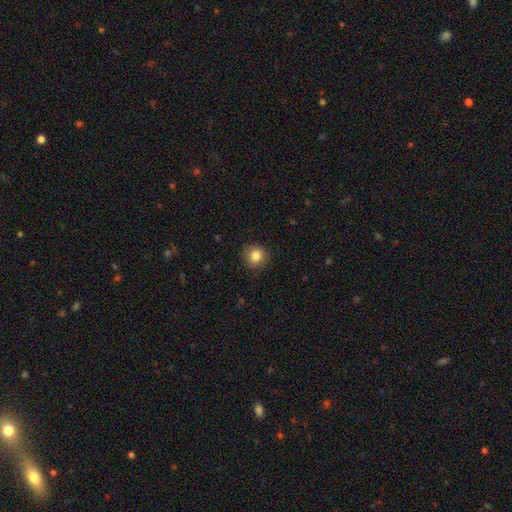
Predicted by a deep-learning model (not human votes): The model was most divided on "smooth or featured": smooth: 84%, star or artifact: 10%, featured or disk: 6%. More confident: how rounded — round (90%); merging — none (88%).